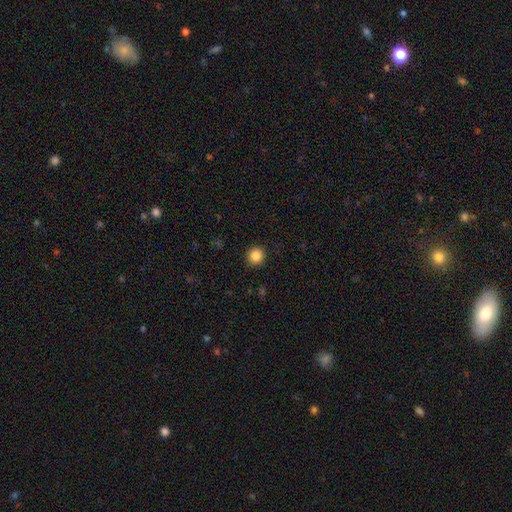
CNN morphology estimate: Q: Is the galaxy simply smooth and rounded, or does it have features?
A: smooth — 86%.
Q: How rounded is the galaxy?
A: round — 92%.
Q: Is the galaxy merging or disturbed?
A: none — 92%.